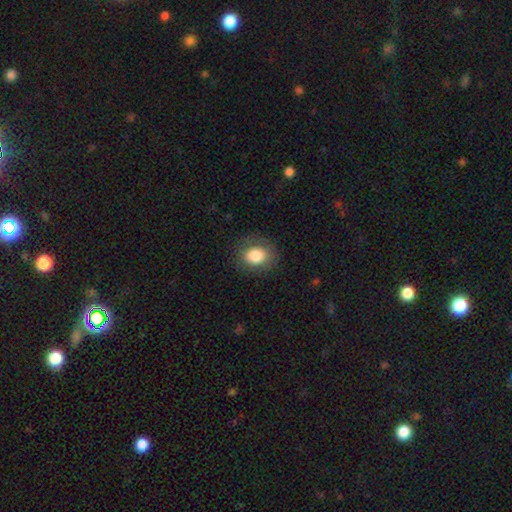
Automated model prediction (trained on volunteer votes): Smooth or featured?
  - smooth: 80% *
  - featured or disk: 11%
  - star or artifact: 9%
How rounded?
  - round: 59% *
  - in between: 40%
  - cigar-shaped: 1%
Merging?
  - none: 80% *
  - minor disturbance: 13%
  - major disturbance: 5%
  - merger: 1%